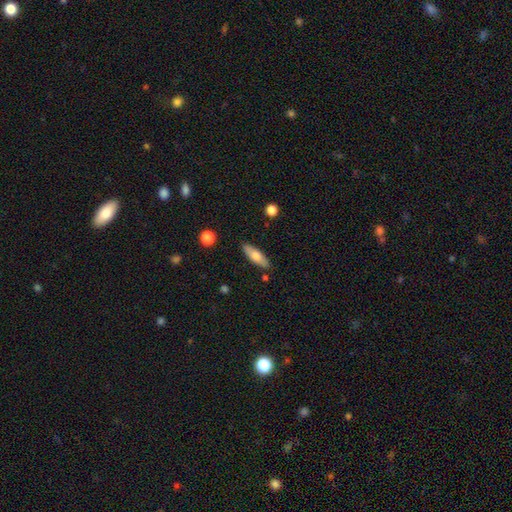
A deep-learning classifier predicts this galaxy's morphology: The model was most divided on "how rounded": in between: 59%, cigar-shaped: 39%, round: 2%. More confident: merging — none (85%); smooth or featured — smooth (66%).